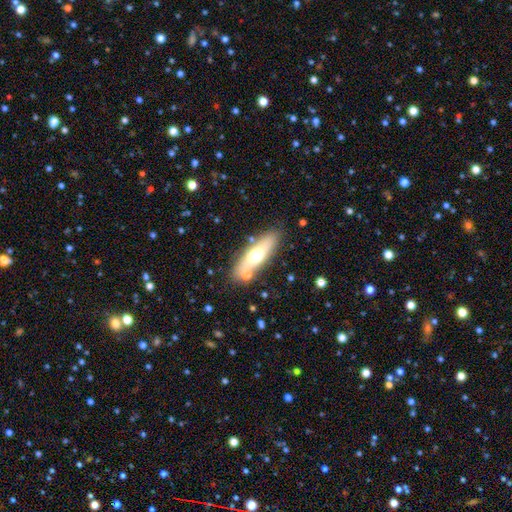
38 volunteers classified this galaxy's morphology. Overall: smooth (61%; featured or disk 32%). How rounded: cigar-shaped (57%; in between 35%). Merging: none (63%).